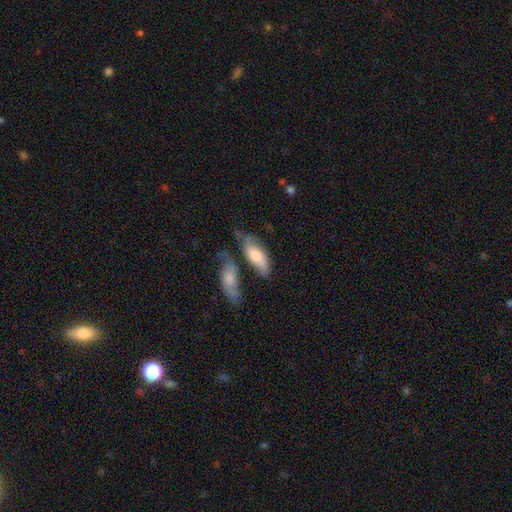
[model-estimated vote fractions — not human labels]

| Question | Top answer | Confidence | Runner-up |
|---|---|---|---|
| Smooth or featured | smooth | 57% | featured or disk (37%) |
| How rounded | in between | 78% | cigar-shaped (20%) |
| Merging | none | 41% | minor disturbance (23%) |